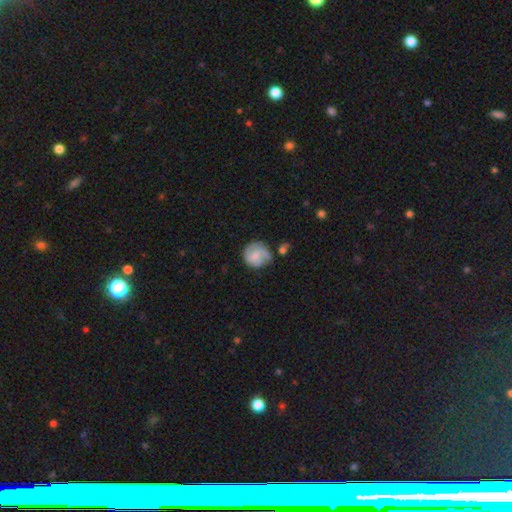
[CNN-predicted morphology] Q: Smooth or featured?
A: featured or disk (49%); runner-up: smooth (44%)
Q: Merging?
A: none (54%); runner-up: minor disturbance (27%)